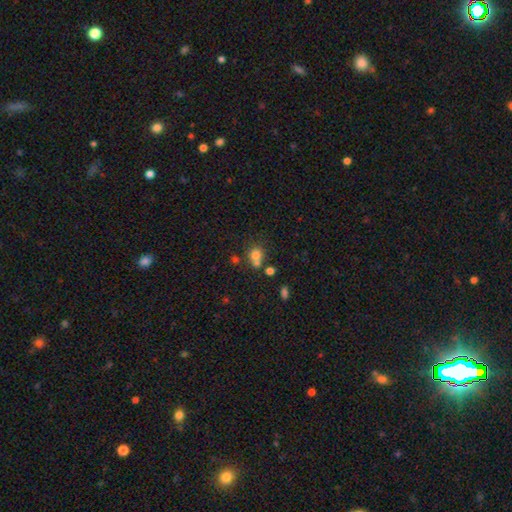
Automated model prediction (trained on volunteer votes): Q: Smooth or featured?
A: smooth (74%); runner-up: star or artifact (15%)
Q: How rounded?
A: round (77%); runner-up: in between (22%)
Q: Merging?
A: none (48%); runner-up: merger (37%)